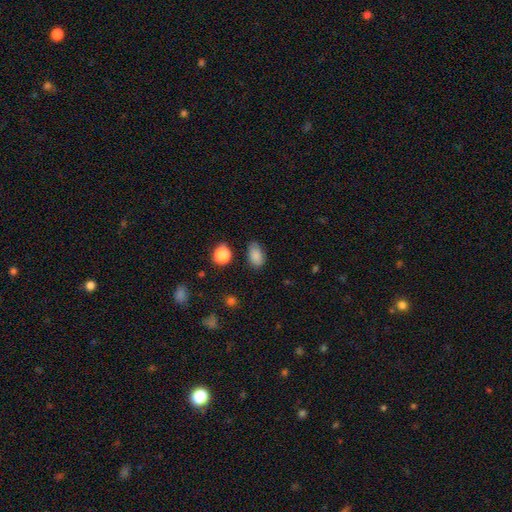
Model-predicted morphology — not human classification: A smooth galaxy with no disk features (84%) that is in between round and cigar-shaped (88%). Merging: none (72%).